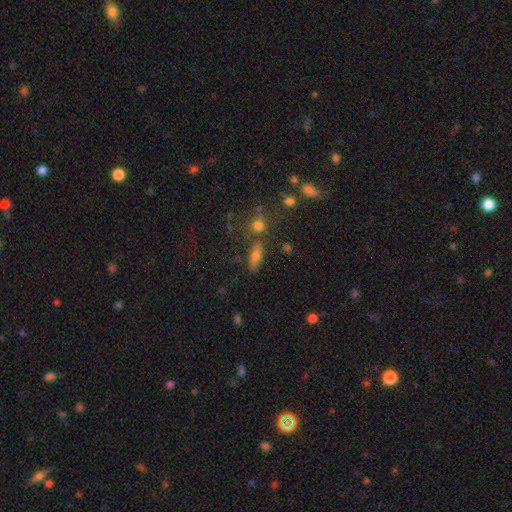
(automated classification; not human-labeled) Smooth or featured? Predicted: smooth (p=0.66). How rounded? Predicted: in between (p=0.54). Merging? Predicted: none (p=0.71).